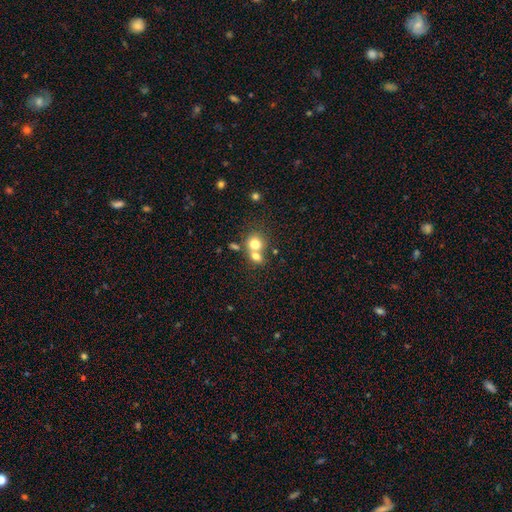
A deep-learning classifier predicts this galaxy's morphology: This appears to be a smooth galaxy with no disk features (65%) that is round (82%). Merging: none (47%).